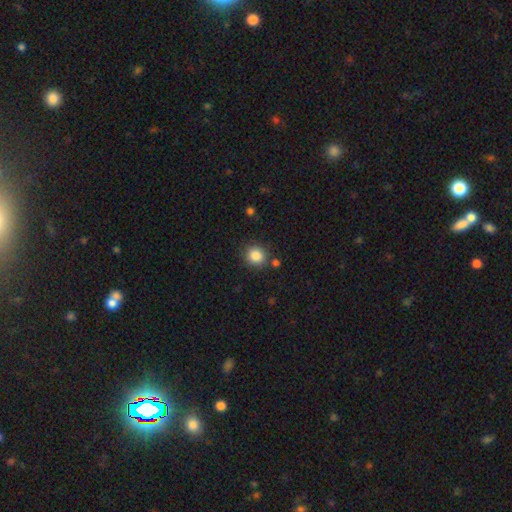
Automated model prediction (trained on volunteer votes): Morphology: type=smooth (85%); roundness=round (88%); merging=none (83%).